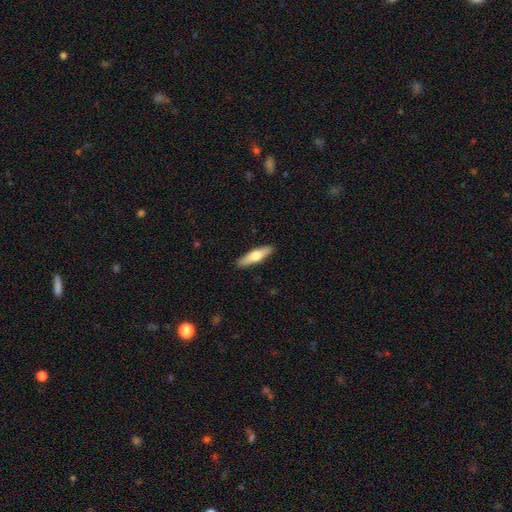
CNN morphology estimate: smooth 54%, featured or disk 40%, star or artifact 5%. Down the decision tree: how rounded — cigar-shaped (68%); merging — none (90%).